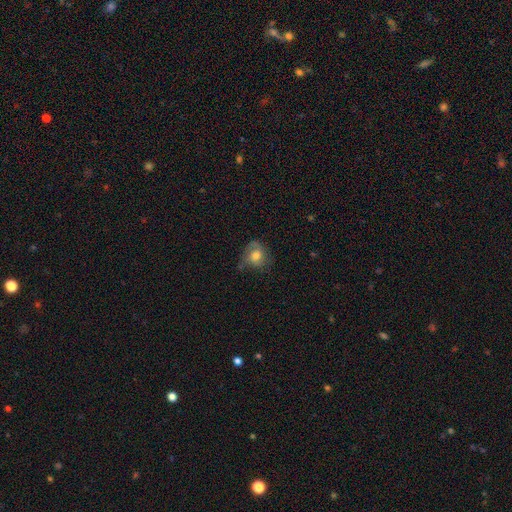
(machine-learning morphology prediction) Q: Smooth or featured?
A: smooth (64%); runner-up: featured or disk (27%)
Q: How rounded?
A: round (66%); runner-up: in between (33%)
Q: Merging?
A: none (53%); runner-up: minor disturbance (30%)